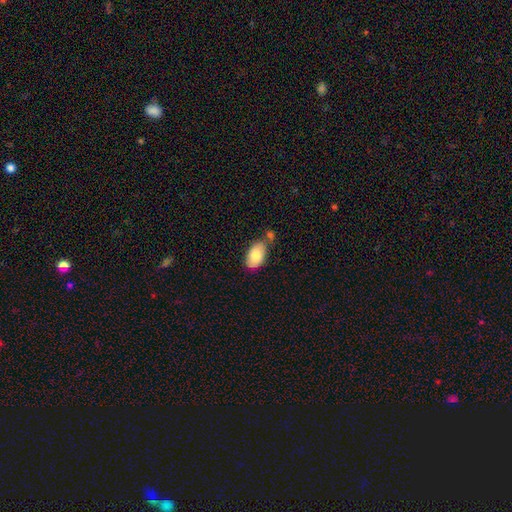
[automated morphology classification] The model was most divided on "merging": none: 57%, minor disturbance: 19%, merger: 19%, major disturbance: 5%. More confident: how rounded — in between (93%); smooth or featured — smooth (80%).